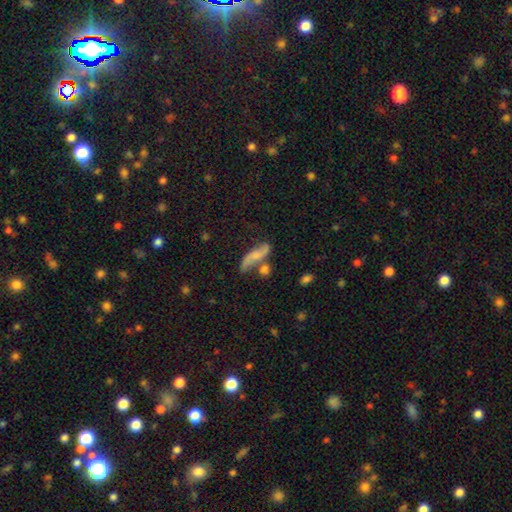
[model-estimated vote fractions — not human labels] Smooth or featured? featured or disk (56%)
Edge-on disk? no (83%)
Merging? none (45%)